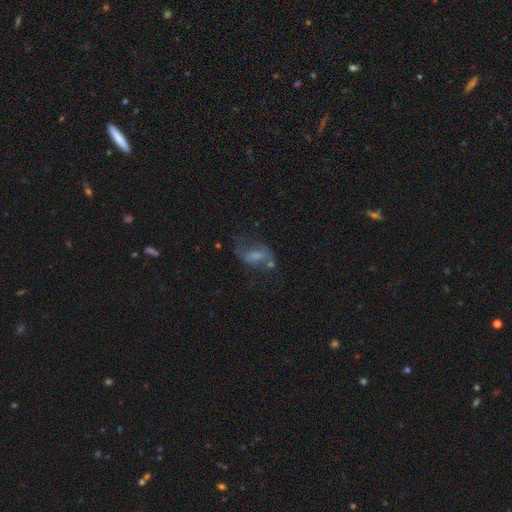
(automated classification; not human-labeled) Smooth or featured? Predicted: featured or disk (p=0.47). Merging? Predicted: none (p=0.48).